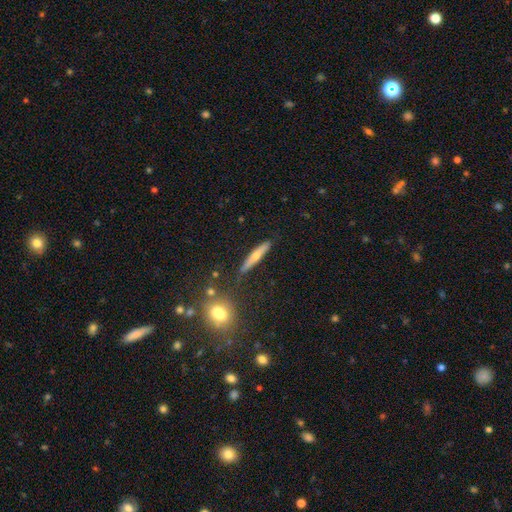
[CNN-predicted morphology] Overall: smooth (47%; featured or disk 45%). Merging: none (84%).